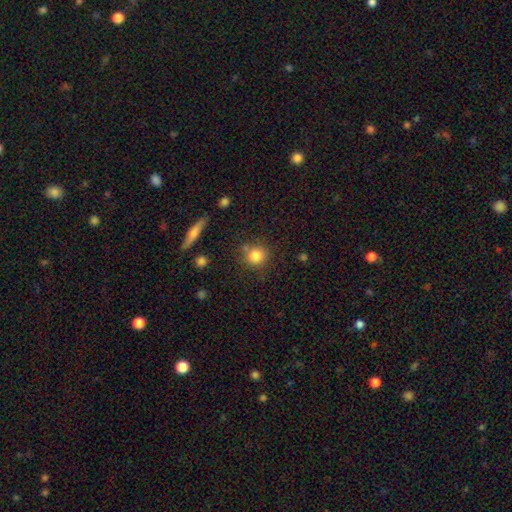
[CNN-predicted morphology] Smooth or featured? Predicted: smooth (p=0.83). How rounded? Predicted: round (p=0.87). Merging? Predicted: none (p=0.73).